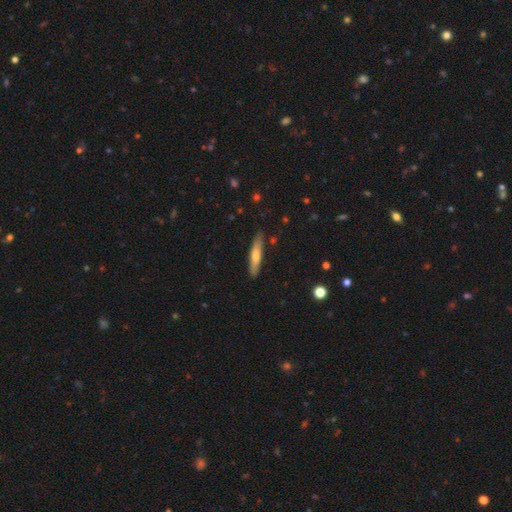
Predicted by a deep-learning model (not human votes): smooth_or_featured: smooth (p=0.64) [alt: featured or disk p=0.31]
how_rounded: cigar-shaped (p=0.87) [alt: in between p=0.12]
merging: none (p=0.85) [alt: minor disturbance p=0.12]